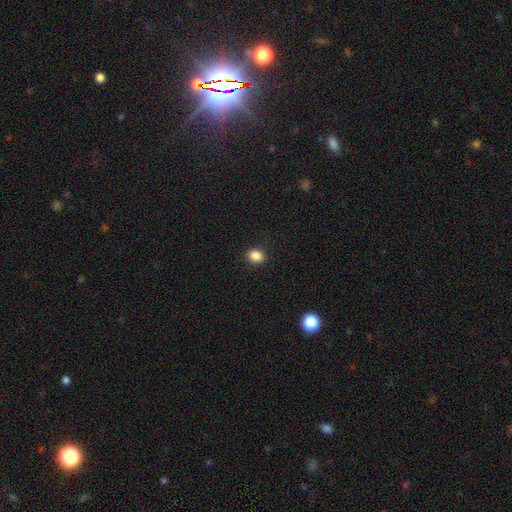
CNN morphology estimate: A smooth galaxy with no disk features (87%) that is in between round and cigar-shaped (52%).

Vote fractions:
- Smooth or featured? smooth: 87% / star or artifact: 9% / featured or disk: 3%
- How rounded? in between: 52% / round: 47% / cigar-shaped: 1%
- Merging? none: 90% / minor disturbance: 7% / major disturbance: 2% / merger: 1%